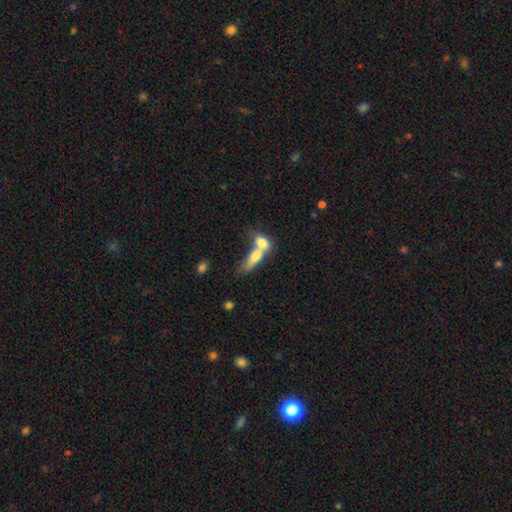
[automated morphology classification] Smooth or featured? Predicted: smooth (p=0.70). How rounded? Predicted: in between (p=0.66). Merging? Predicted: merger (p=0.74).